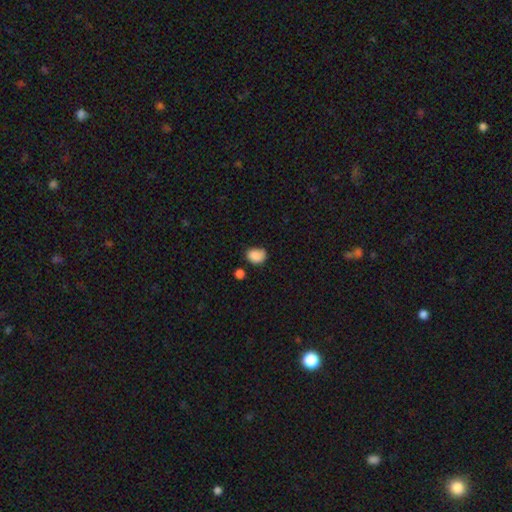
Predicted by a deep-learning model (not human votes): Smooth or featured?
  - smooth: 84% *
  - star or artifact: 9%
  - featured or disk: 7%
How rounded?
  - in between: 54% *
  - round: 45%
  - cigar-shaped: 1%
Merging?
  - none: 54% *
  - minor disturbance: 32%
  - major disturbance: 8%
  - merger: 6%